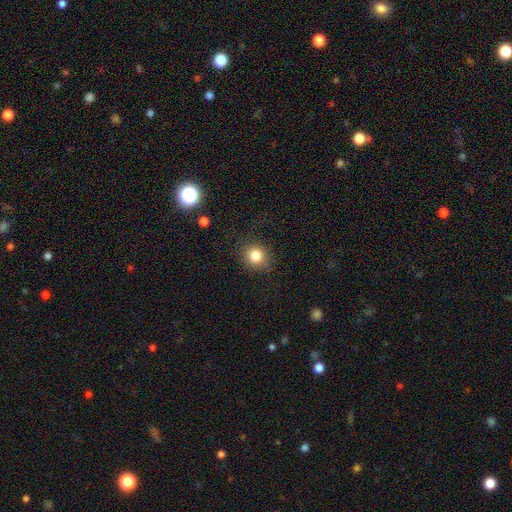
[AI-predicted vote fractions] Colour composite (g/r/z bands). It shows a smooth galaxy with no disk features (82%) that is round (84%). Merging: none (83%).